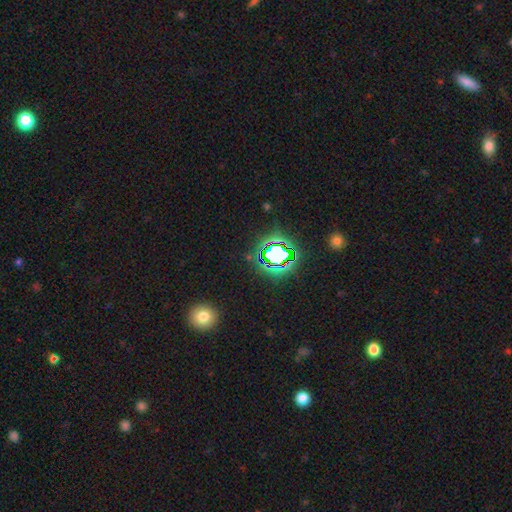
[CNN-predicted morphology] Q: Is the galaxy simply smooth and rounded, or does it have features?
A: star or artifact — 76%.